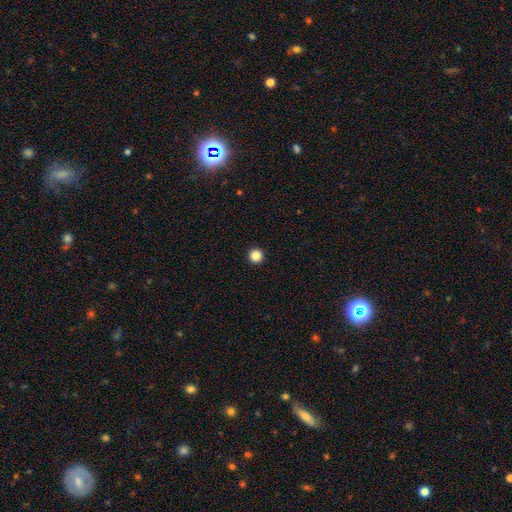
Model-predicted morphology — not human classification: Smooth or featured?
  - smooth: 86% *
  - star or artifact: 11%
  - featured or disk: 3%
How rounded?
  - round: 97% *
  - in between: 2%
  - cigar-shaped: 1%
Merging?
  - none: 95% *
  - minor disturbance: 3%
  - major disturbance: 1%
  - merger: 1%